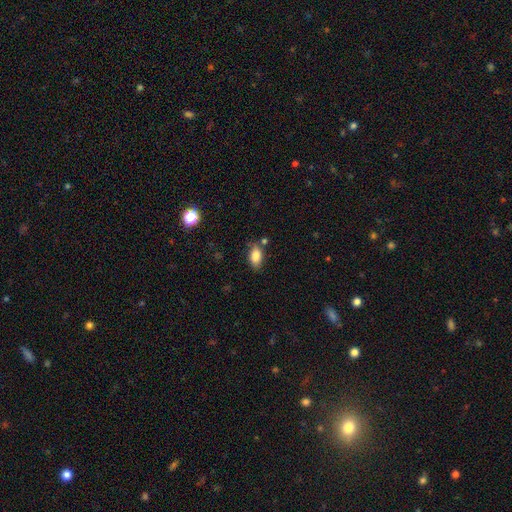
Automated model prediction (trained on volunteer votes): smooth-or-featured: smooth: 83% | featured or disk: 8% | star or artifact: 8%
  how-rounded: in between: 90% | round: 6% | cigar-shaped: 4%
  merging: none: 73% | minor disturbance: 17% | merger: 6% | major disturbance: 4%